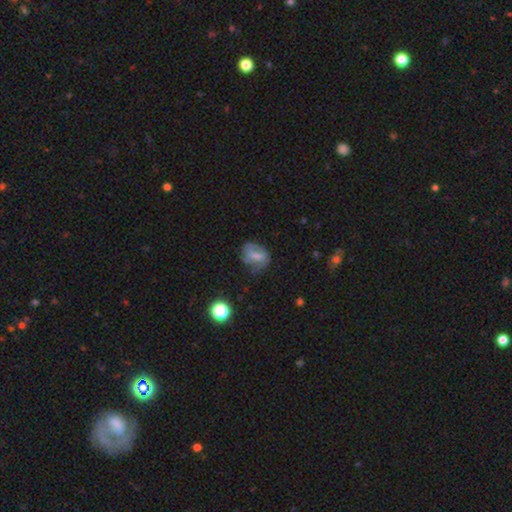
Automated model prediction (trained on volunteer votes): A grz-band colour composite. It shows a smooth galaxy with no disk features (53%) that is in between round and cigar-shaped (58%). Merging: none (47%).